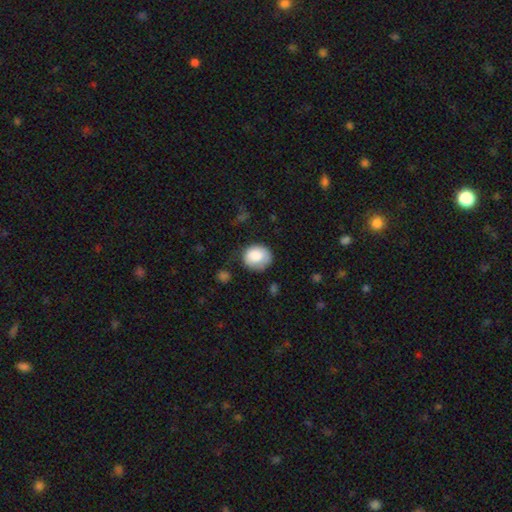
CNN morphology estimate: Q: Smooth or featured?
A: smooth (82%); runner-up: featured or disk (11%)
Q: How rounded?
A: round (77%); runner-up: in between (22%)
Q: Merging?
A: none (62%); runner-up: minor disturbance (26%)